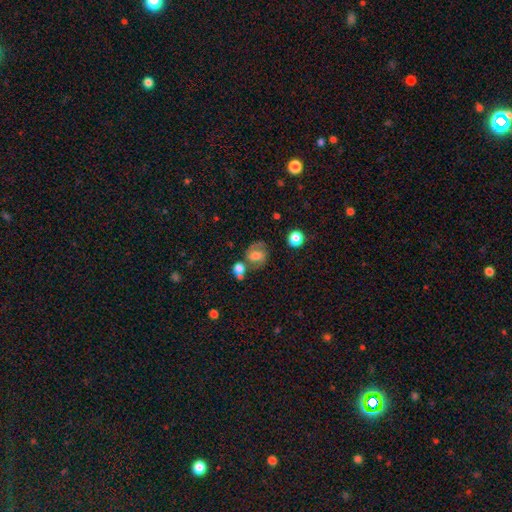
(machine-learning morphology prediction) Smooth or featured: smooth — 55% (featured or disk — 33%)
How rounded: round — 62% (in between — 36%)
Merging: none — 54% (minor disturbance — 19%)